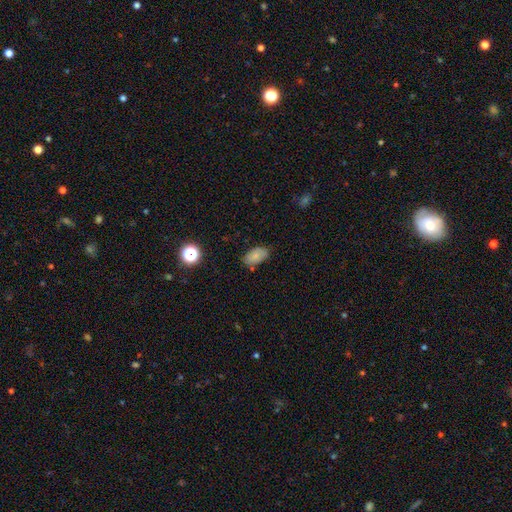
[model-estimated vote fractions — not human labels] Overall: smooth (81%). How rounded: in between (92%). Merging: none (78%).